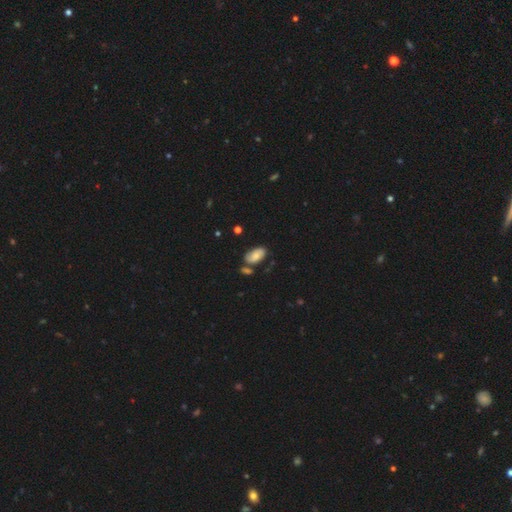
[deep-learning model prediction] The model was most divided on "smooth or featured": smooth: 64%, featured or disk: 27%, star or artifact: 9%. More confident: how rounded — in between (93%); merging — none (57%).